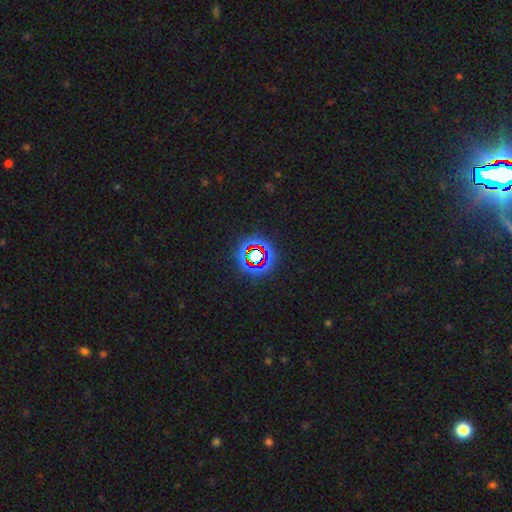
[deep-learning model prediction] This appears to be a star or artifact, not a galaxy (74%).